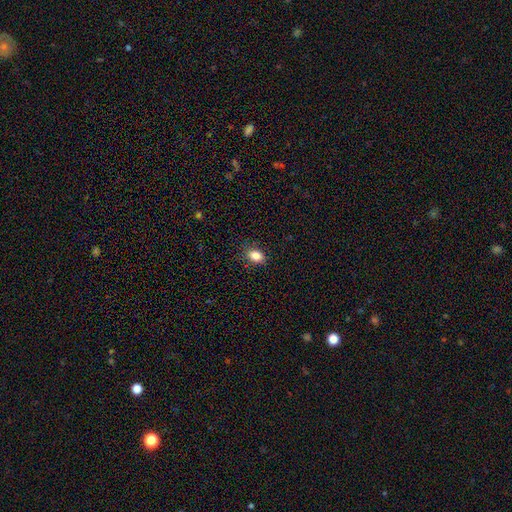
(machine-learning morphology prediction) A smooth galaxy with no disk features (85%) that is in between round and cigar-shaped (73%).

Vote fractions:
- Smooth or featured? smooth: 85% / star or artifact: 10% / featured or disk: 5%
- How rounded? in between: 73% / round: 25% / cigar-shaped: 1%
- Merging? none: 84% / minor disturbance: 12% / major disturbance: 3% / merger: 1%